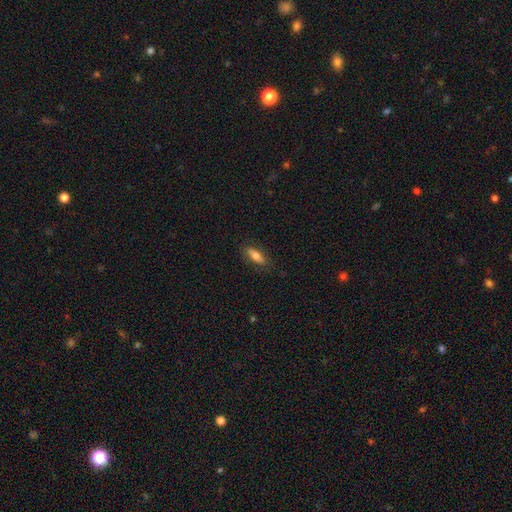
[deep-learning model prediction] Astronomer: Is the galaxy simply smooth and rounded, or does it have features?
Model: smooth — 74%.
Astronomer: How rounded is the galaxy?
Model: in between — 69%.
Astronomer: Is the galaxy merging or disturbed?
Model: none — 81%.